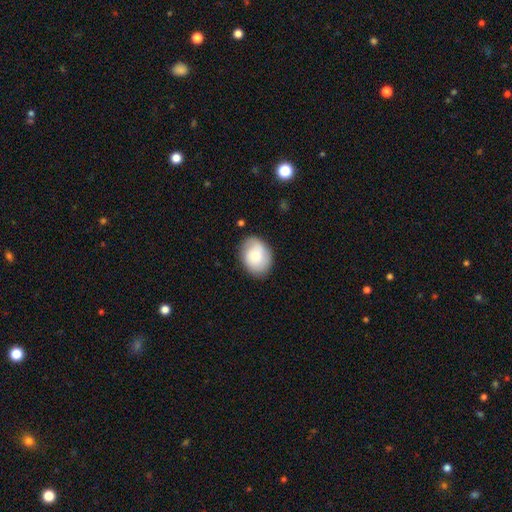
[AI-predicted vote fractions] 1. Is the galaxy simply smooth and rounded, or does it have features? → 67% smooth, 26% featured or disk, 7% star or artifact.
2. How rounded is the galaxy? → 62% in between, 37% round, 1% cigar-shaped.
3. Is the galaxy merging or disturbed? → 80% none, 15% minor disturbance, 4% major disturbance, 1% merger.